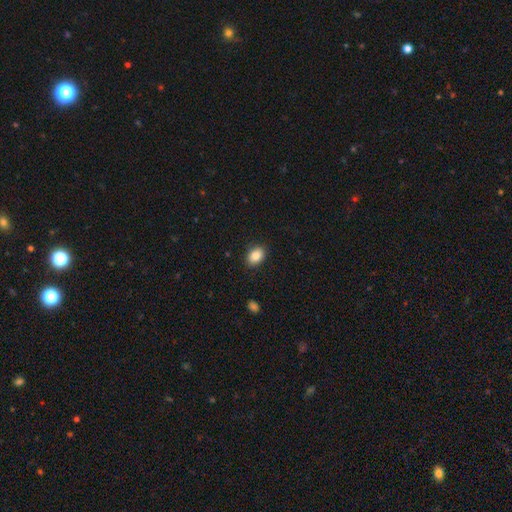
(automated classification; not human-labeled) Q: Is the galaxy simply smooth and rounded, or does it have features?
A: smooth — 87%.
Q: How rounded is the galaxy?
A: in between — 81%.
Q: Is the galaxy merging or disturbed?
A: none — 89%.